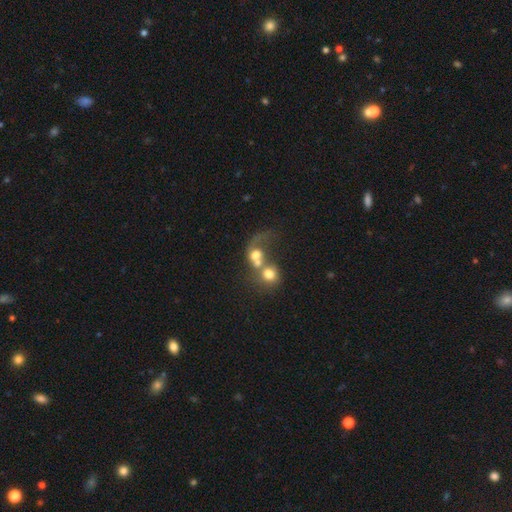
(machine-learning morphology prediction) Smooth or featured?
  - smooth: 54% *
  - featured or disk: 34%
  - star or artifact: 11%
How rounded?
  - round: 67% *
  - in between: 31%
  - cigar-shaped: 2%
Merging?
  - merger: 73% *
  - major disturbance: 12%
  - none: 10%
  - minor disturbance: 5%